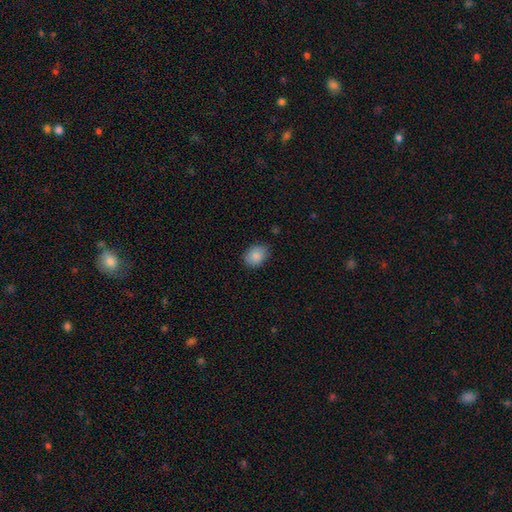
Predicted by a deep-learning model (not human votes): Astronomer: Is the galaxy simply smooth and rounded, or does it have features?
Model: smooth — 88%.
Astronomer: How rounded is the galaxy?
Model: in between — 63%.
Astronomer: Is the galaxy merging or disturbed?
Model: none — 83%.